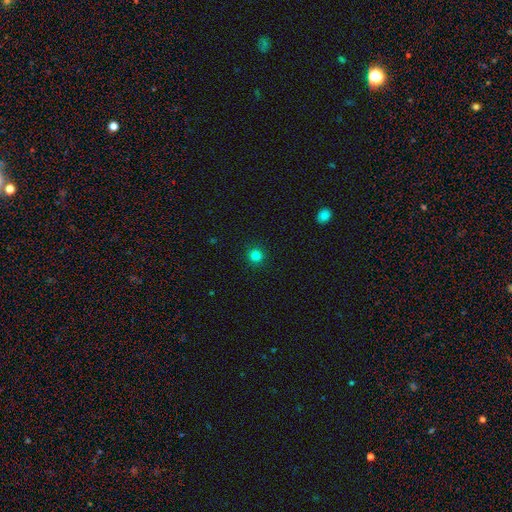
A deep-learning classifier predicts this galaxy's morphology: This is clearly a smooth galaxy (81%). How rounded: clearly round (95%). Merging: clearly none (93%).